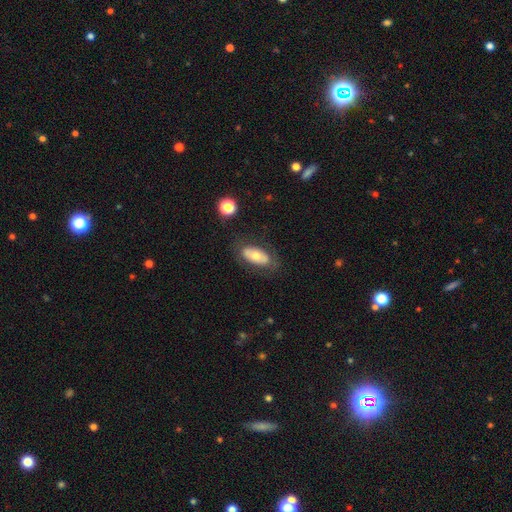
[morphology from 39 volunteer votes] Smooth or featured? smooth (51%)
How rounded? in between (75%)
Merging? none (82%)